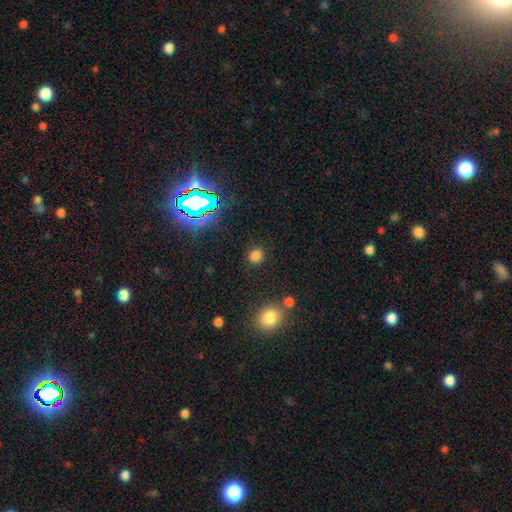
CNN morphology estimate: smooth_or_featured: smooth (p=0.77) [alt: star or artifact p=0.18]
how_rounded: round (p=0.75) [alt: in between p=0.24]
merging: none (p=0.86) [alt: minor disturbance p=0.08]